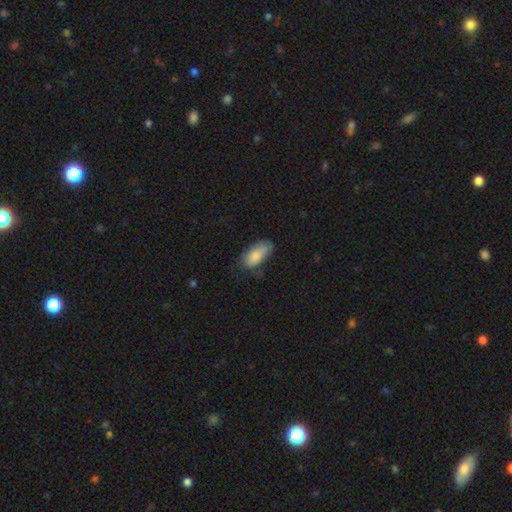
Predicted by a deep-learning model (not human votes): Smooth or featured? smooth (82%)
How rounded? in between (90%)
Merging? none (58%)